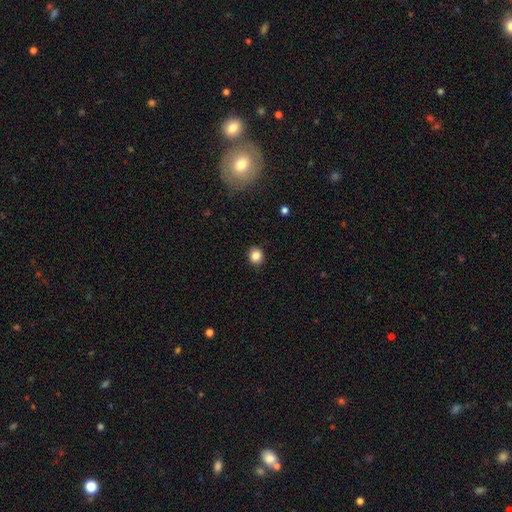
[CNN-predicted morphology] Smooth or featured? Predicted: smooth (p=0.85). How rounded? Predicted: round (p=0.78). Merging? Predicted: none (p=0.90).